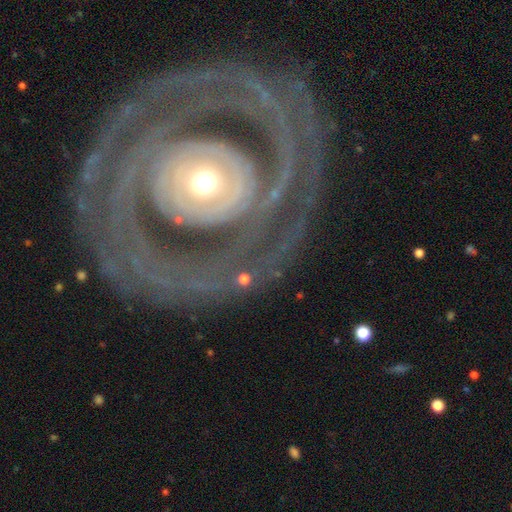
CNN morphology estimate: This is clearly a featured or disk galaxy (84%). It is clearly not viewed edge-on (96%). Bar: likely no (74%). Spiral arm pattern: clearly yes (81%). Spiral arm count: marginally can't tell (30%). Spiral winding: likely tight (73%). Central bulge: possibly moderate (60%). Merging: likely none (76%).